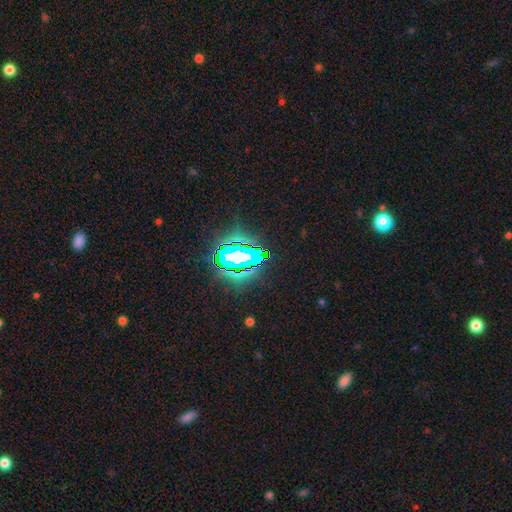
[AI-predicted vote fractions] Overall: star or artifact (74%).